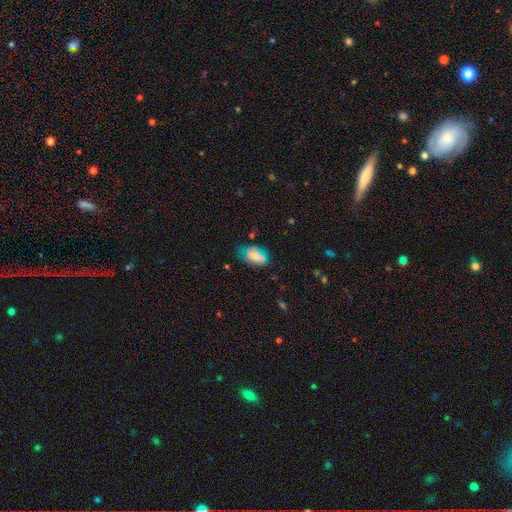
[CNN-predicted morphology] smooth 73%, featured or disk 17%, star or artifact 10%. Down the decision tree: how rounded — in between (91%); merging — none (50%).